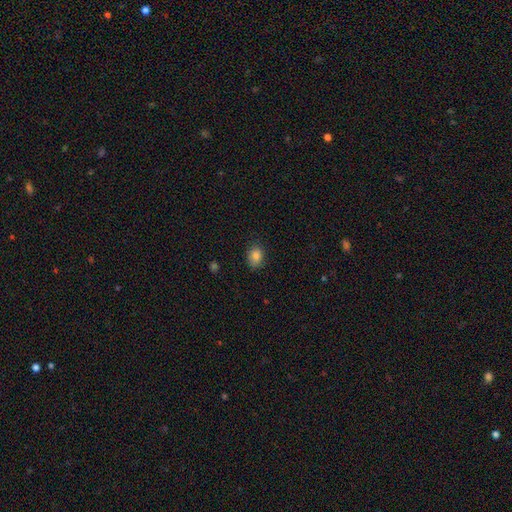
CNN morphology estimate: A smooth galaxy with no disk features (84%) that is in between round and cigar-shaped (62%).

Vote fractions:
- Smooth or featured? smooth: 84% / star or artifact: 10% / featured or disk: 6%
- How rounded? in between: 62% / round: 37% / cigar-shaped: 1%
- Merging? none: 81% / minor disturbance: 15% / major disturbance: 3% / merger: 1%